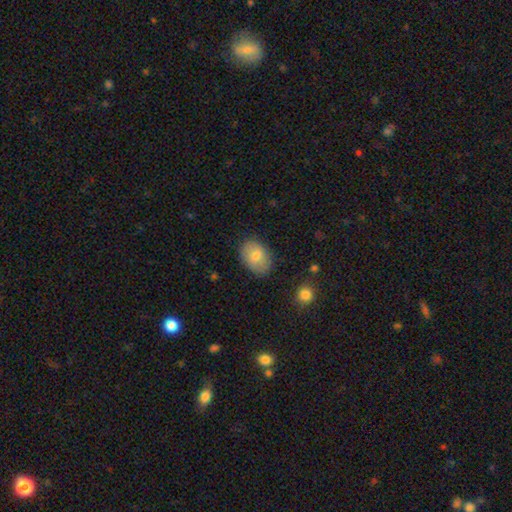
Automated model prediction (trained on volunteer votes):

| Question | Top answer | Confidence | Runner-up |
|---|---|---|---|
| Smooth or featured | smooth | 76% | featured or disk (17%) |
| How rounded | in between | 79% | round (20%) |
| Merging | none | 83% | minor disturbance (13%) |